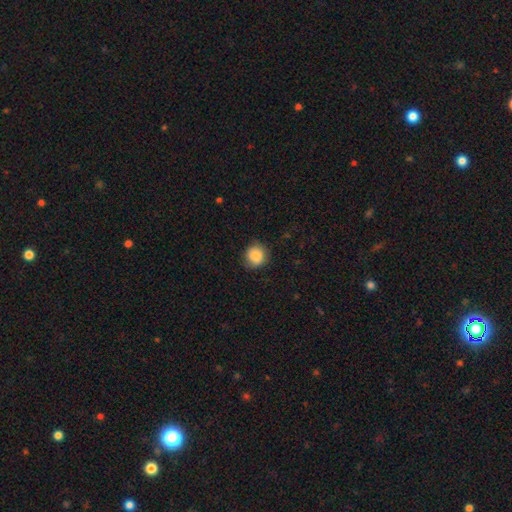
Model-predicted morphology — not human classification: A smooth galaxy with no disk features (86%) that is round (89%). Merging: none (83%).